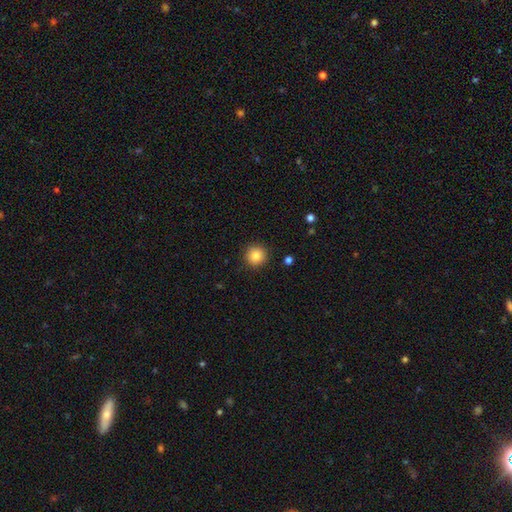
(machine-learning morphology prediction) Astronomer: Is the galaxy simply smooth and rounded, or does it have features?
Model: smooth — 85%.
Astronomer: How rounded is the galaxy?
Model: round — 94%.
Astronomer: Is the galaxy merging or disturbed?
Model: none — 91%.